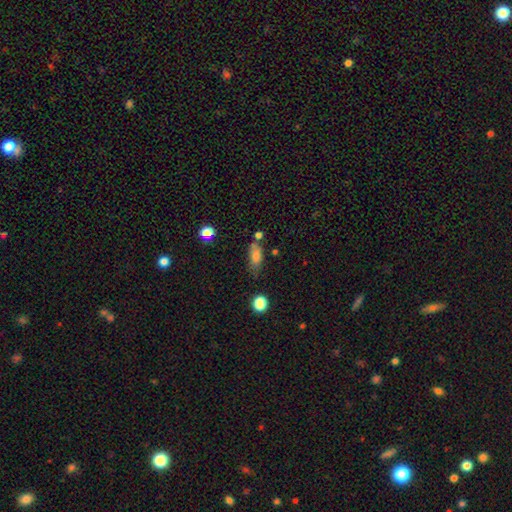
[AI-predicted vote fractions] Smooth or featured?
  - smooth: 78% *
  - featured or disk: 12%
  - star or artifact: 10%
How rounded?
  - in between: 81% *
  - cigar-shaped: 14%
  - round: 5%
Merging?
  - none: 57% *
  - minor disturbance: 24%
  - merger: 12%
  - major disturbance: 7%